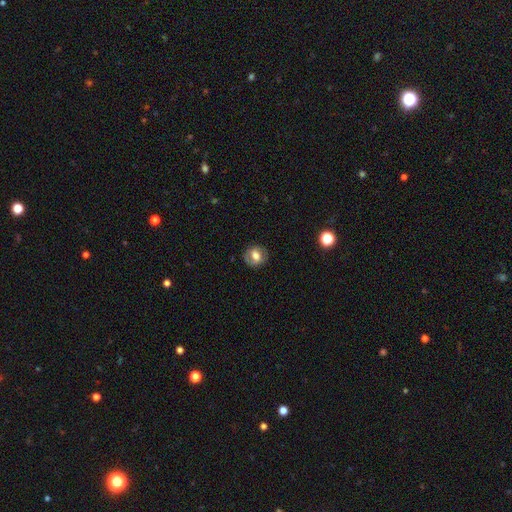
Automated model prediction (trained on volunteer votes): smooth 55%, featured or disk 36%, star or artifact 9%. Down the decision tree: how rounded — round (72%); merging — none (82%).